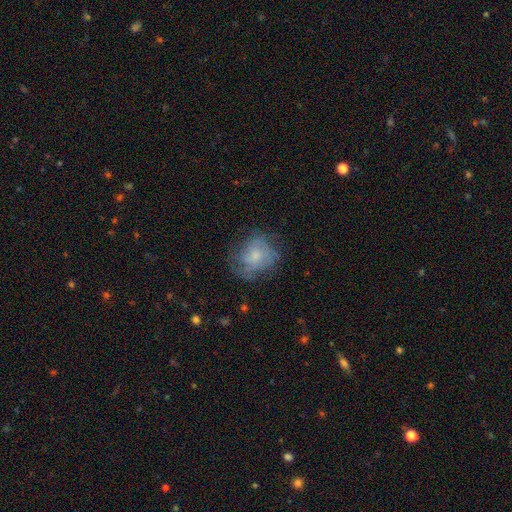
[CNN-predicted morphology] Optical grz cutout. It shows a smooth galaxy with no disk features (48%). Merging: none (58%).